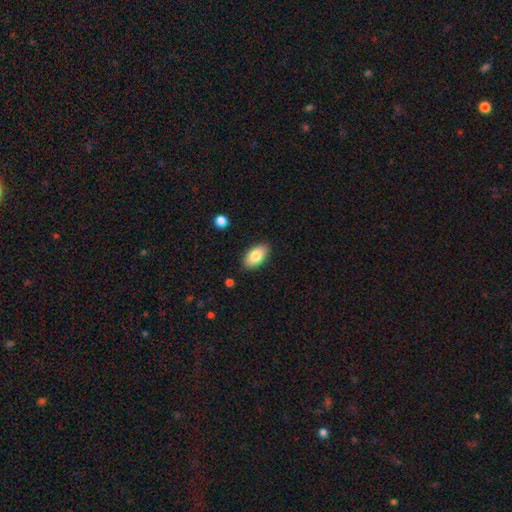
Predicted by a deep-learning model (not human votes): Morphology: type=smooth (82%); roundness=in between (94%); merging=none (87%).